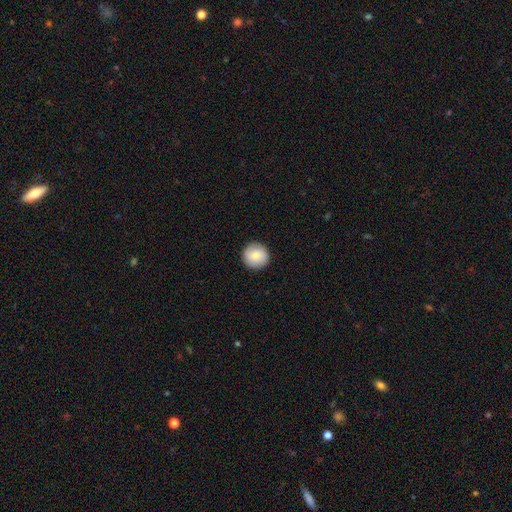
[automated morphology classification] smooth-or-featured: smooth: 82% | featured or disk: 10% | star or artifact: 7%
  how-rounded: round: 95% | in between: 4% | cigar-shaped: 1%
  merging: none: 91% | minor disturbance: 6% | major disturbance: 2% | merger: 1%